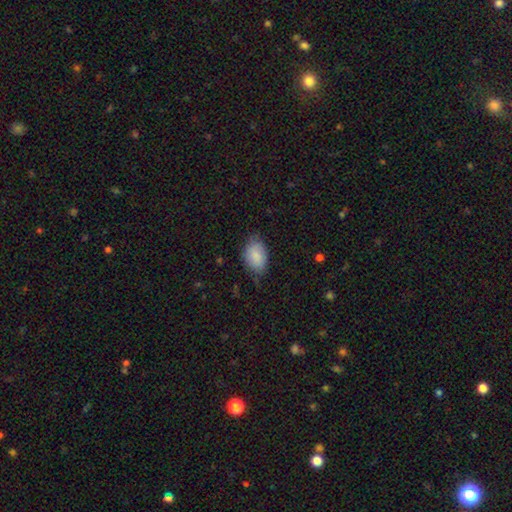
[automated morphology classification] This is clearly a smooth galaxy (85%). How rounded: clearly in between (89%). Merging: likely none (64%).